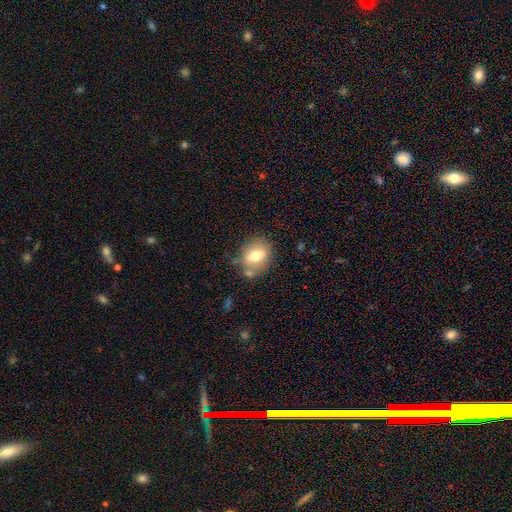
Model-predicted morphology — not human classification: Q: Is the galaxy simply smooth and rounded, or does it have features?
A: smooth — 70%.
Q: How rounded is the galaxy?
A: in between — 54%.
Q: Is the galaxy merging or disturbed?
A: none — 69%.